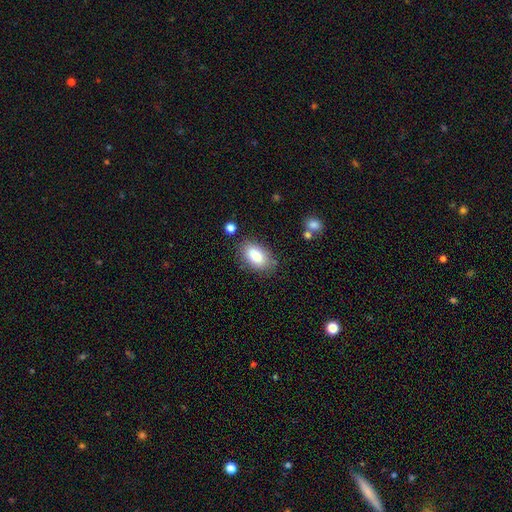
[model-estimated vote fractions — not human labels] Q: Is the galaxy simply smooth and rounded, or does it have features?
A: smooth — 86%.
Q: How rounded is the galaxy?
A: in between — 93%.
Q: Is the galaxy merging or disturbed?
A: none — 77%.